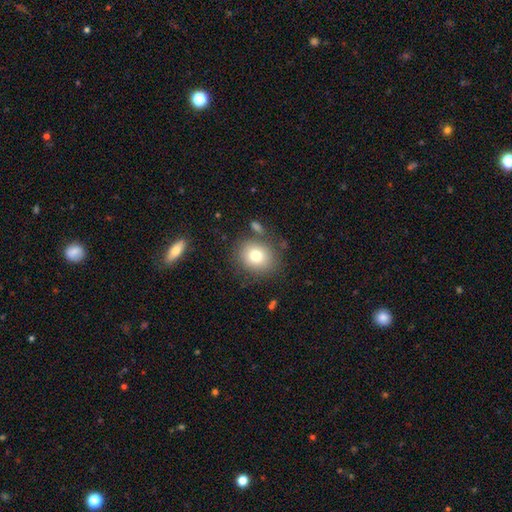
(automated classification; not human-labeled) A smooth galaxy with no disk features (77%) that is round (72%). Merging: none (79%).